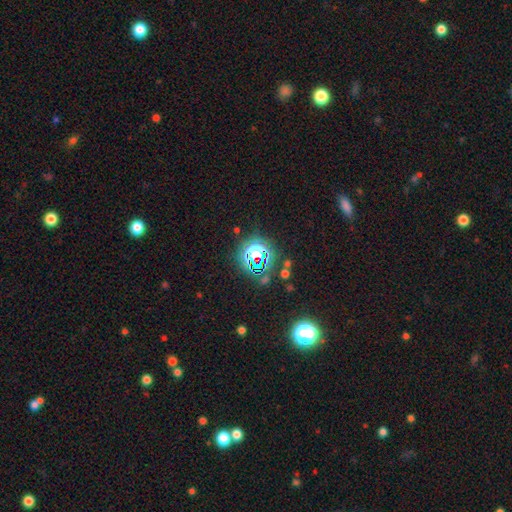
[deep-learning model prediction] Smooth or featured? Predicted: star or artifact (p=0.72).